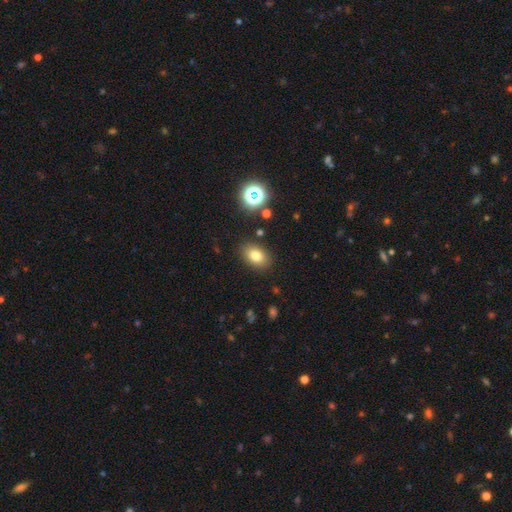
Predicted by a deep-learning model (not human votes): smooth-or-featured: smooth: 79% | star or artifact: 13% | featured or disk: 8%
  how-rounded: in between: 81% | round: 18% | cigar-shaped: 1%
  merging: none: 86% | minor disturbance: 9% | major disturbance: 3% | merger: 2%